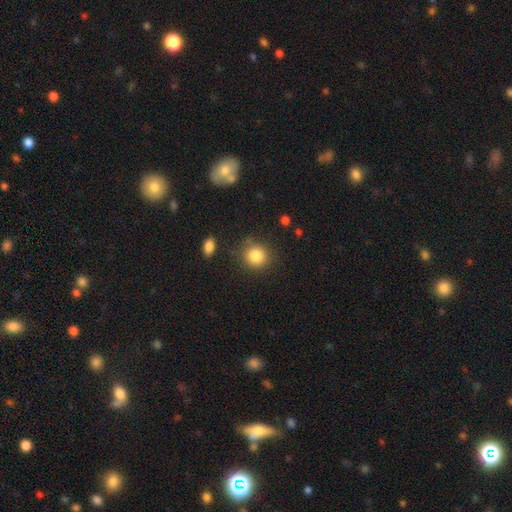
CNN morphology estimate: type=smooth (85%); roundness=round (86%); merging=none (80%).